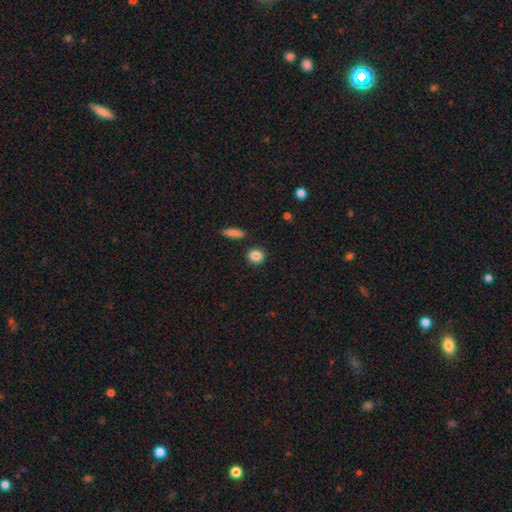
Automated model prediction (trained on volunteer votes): The model was most divided on "how rounded": round: 78%, in between: 20%, cigar-shaped: 2%. More confident: merging — none (88%); smooth or featured — smooth (86%).